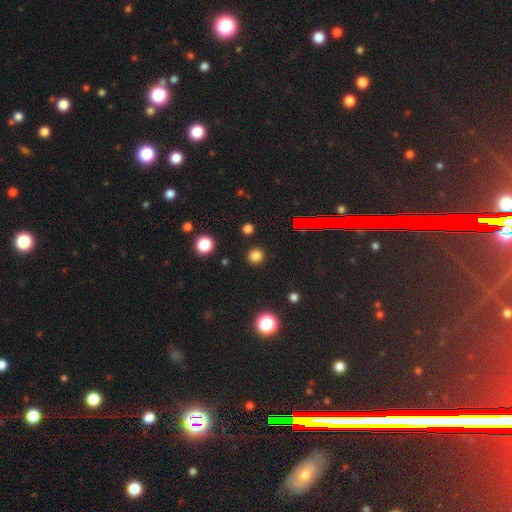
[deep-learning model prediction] Q: Smooth or featured?
A: smooth (77%); runner-up: star or artifact (18%)
Q: How rounded?
A: round (94%); runner-up: in between (5%)
Q: Merging?
A: none (91%); runner-up: minor disturbance (5%)